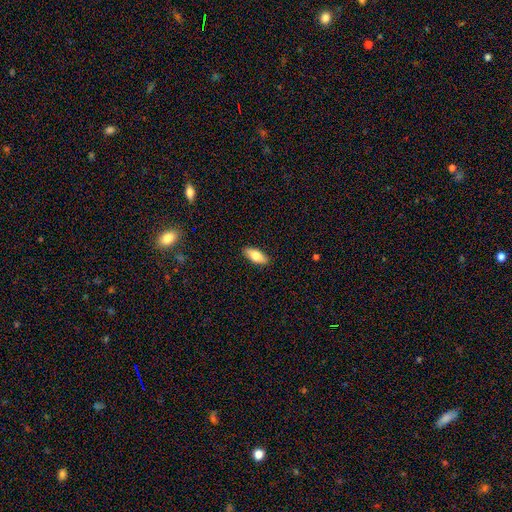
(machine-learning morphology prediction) A smooth galaxy with no disk features (77%) that is in between round and cigar-shaped (80%). Merging: none (89%).